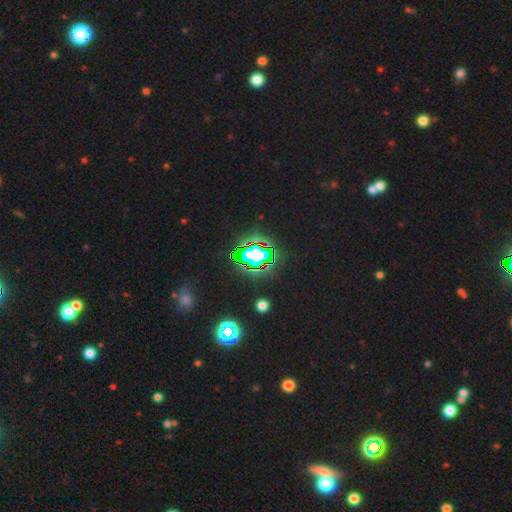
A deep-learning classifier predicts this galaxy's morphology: Smooth or featured?
  - star or artifact: 70% *
  - smooth: 16%
  - featured or disk: 14%